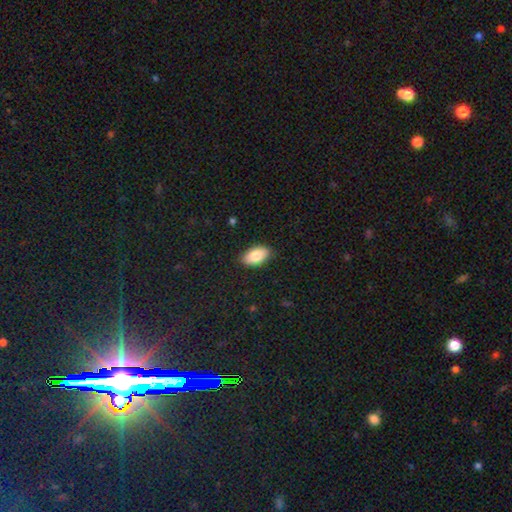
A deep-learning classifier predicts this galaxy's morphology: Smooth or featured? Predicted: smooth (p=0.81). How rounded? Predicted: in between (p=0.93). Merging? Predicted: none (p=0.88).